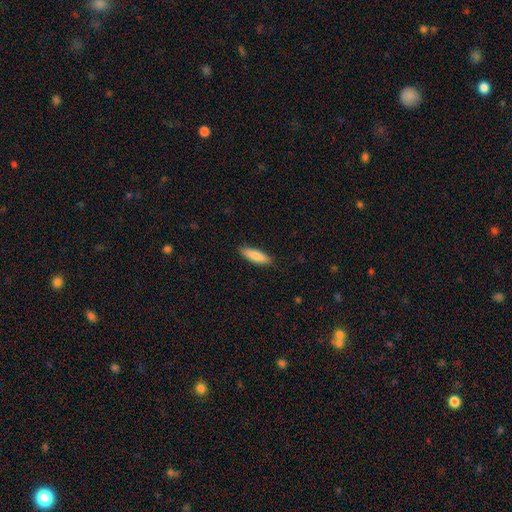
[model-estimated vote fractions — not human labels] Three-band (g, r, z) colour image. It shows a smooth galaxy with no disk features (84%) that is cigar-shaped (63%). Merging: none (88%).